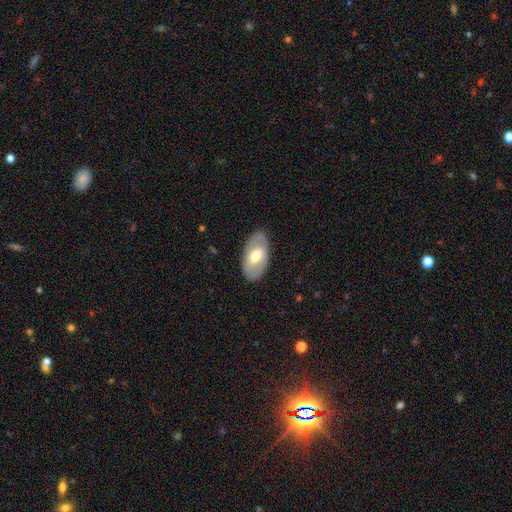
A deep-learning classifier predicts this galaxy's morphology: This appears to be a featured or disk galaxy (54%). Merging: none (85%).